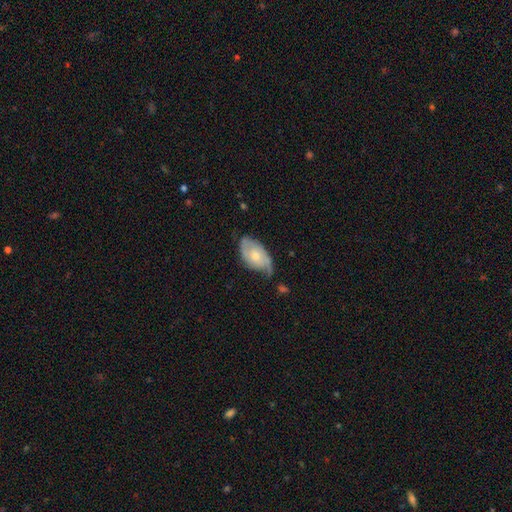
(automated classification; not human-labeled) A featured or disk galaxy (54%) with no bar (77%), spiral arms (76%) and a moderate central bulge (52%). Merging: none (41%).